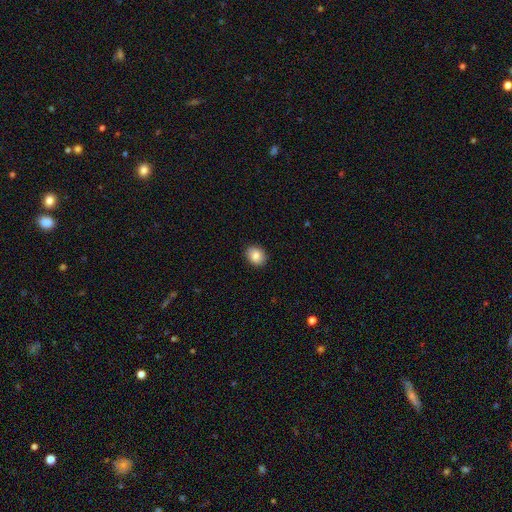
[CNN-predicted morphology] Smooth or featured: smooth — 86% (star or artifact — 8%)
How rounded: round — 50% (in between — 49%)
Merging: none — 90% (minor disturbance — 8%)